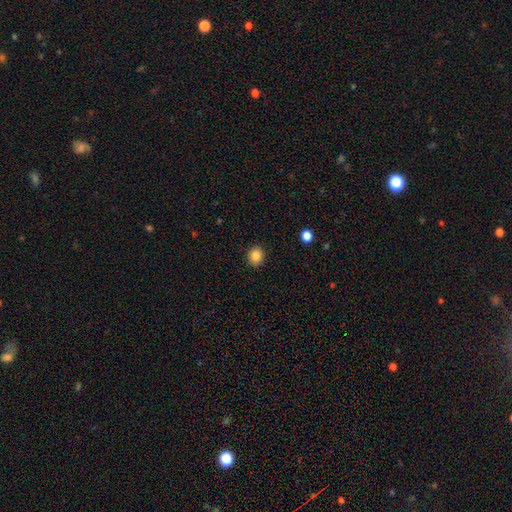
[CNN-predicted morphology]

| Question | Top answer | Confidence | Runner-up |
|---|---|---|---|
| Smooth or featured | smooth | 85% | star or artifact (10%) |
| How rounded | round | 75% | in between (24%) |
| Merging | none | 91% | minor disturbance (6%) |